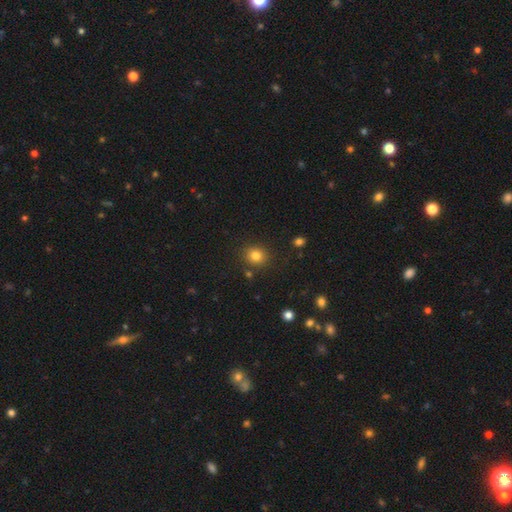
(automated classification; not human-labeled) Q: Smooth or featured?
A: smooth (81%); runner-up: star or artifact (13%)
Q: How rounded?
A: round (81%); runner-up: in between (18%)
Q: Merging?
A: none (86%); runner-up: minor disturbance (8%)